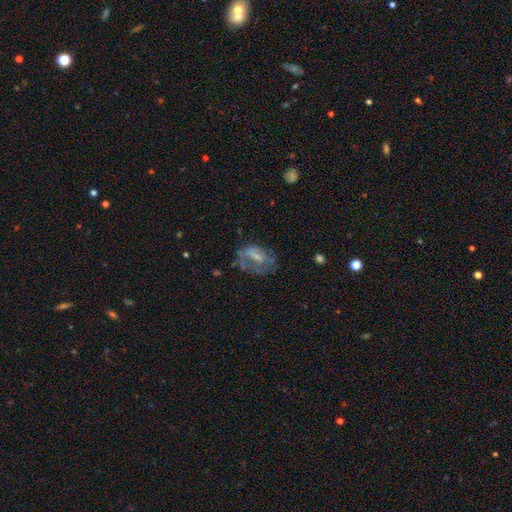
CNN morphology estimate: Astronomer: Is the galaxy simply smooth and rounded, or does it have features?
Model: featured or disk — 52% (runner-up: smooth, 36%).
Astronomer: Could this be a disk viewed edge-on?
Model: no — 94%.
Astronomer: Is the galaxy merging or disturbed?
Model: none — 38% (runner-up: major disturbance, 33%).